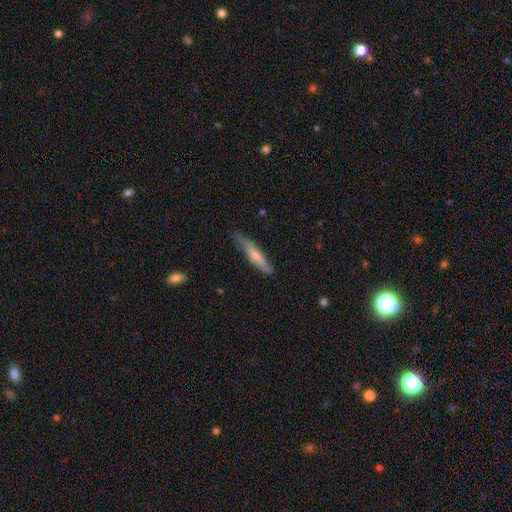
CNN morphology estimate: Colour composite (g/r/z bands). It shows a smooth galaxy with no disk features (56%) that is cigar-shaped (89%). Merging: none (70%).